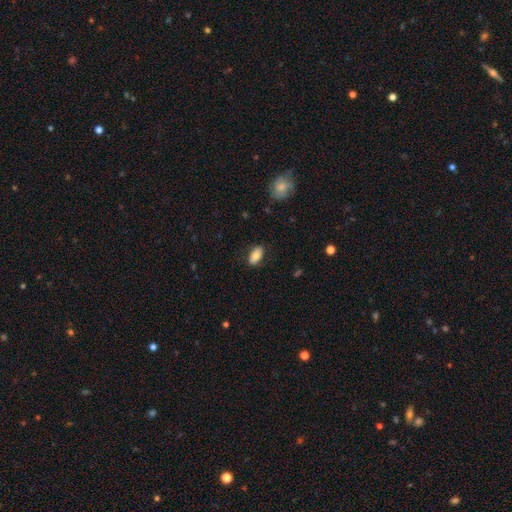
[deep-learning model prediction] Smooth or featured? Predicted: smooth (p=0.79). How rounded? Predicted: in between (p=0.92). Merging? Predicted: none (p=0.82).